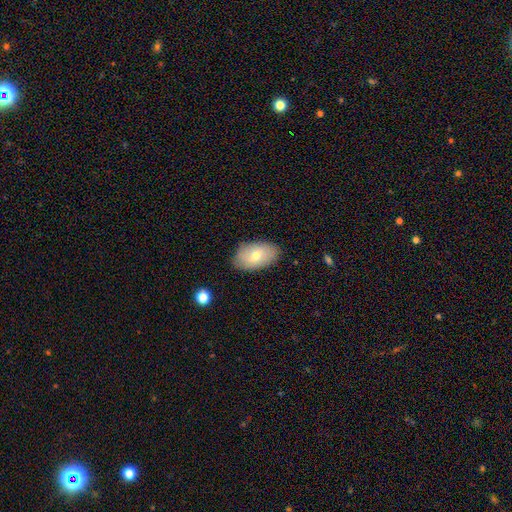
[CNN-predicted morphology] A smooth galaxy with no disk features (68%) that is in between round and cigar-shaped (93%). Merging: none (84%).